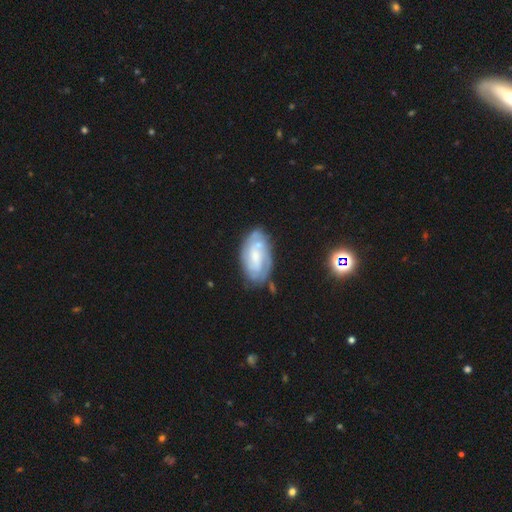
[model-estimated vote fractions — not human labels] A featured or disk galaxy (69%) with no bar (48%), tight (56%) spiral arms (88%) and a small central bulge (43%).

Vote fractions:
- Smooth or featured? featured or disk: 69% / smooth: 24% / star or artifact: 7%
- Edge-on disk? no: 96% / yes: 4%
- Bar? no: 48% / weak: 42% / strong: 11%
- Spiral arms? yes: 88% / no: 12%
- Spiral winding? tight: 56% / medium: 34% / loose: 10%
- Spiral arm count? can't tell: 38% / 2: 36% / 3: 14% / 4: 4% / 1: 4% / more than 4: 3%
- Bulge size? small: 43% / moderate: 33% / none: 16% / large: 6% / dominant: 1%
- Merging? none: 68% / minor disturbance: 21% / major disturbance: 7% / merger: 4%